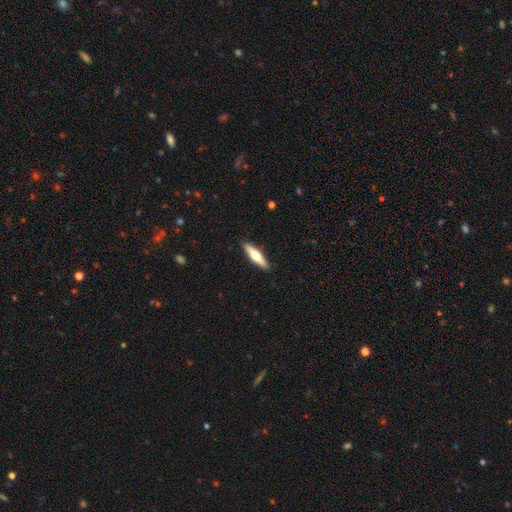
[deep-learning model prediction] A featured or disk galaxy (48%). Merging: none (91%).